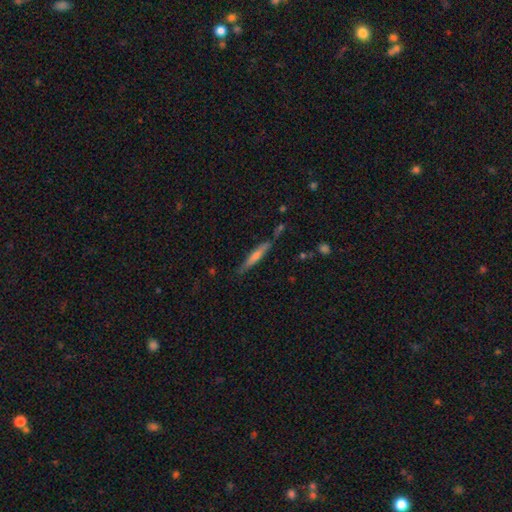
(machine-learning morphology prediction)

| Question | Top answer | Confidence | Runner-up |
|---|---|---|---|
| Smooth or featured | featured or disk | 49% | smooth (44%) |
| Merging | none | 79% | minor disturbance (14%) |